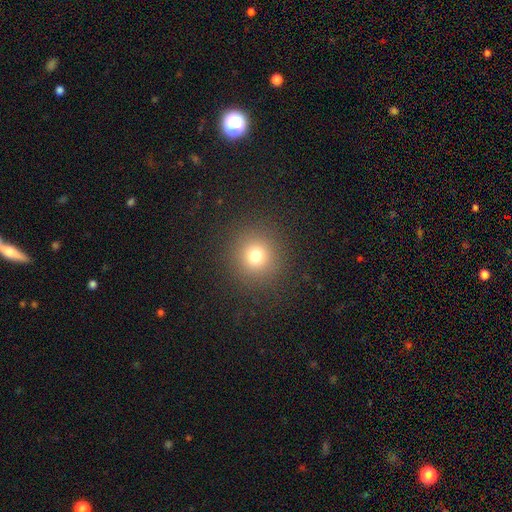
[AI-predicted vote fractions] Q: Smooth or featured?
A: smooth (75%); runner-up: star or artifact (17%)
Q: How rounded?
A: round (93%); runner-up: in between (6%)
Q: Merging?
A: none (89%); runner-up: minor disturbance (6%)